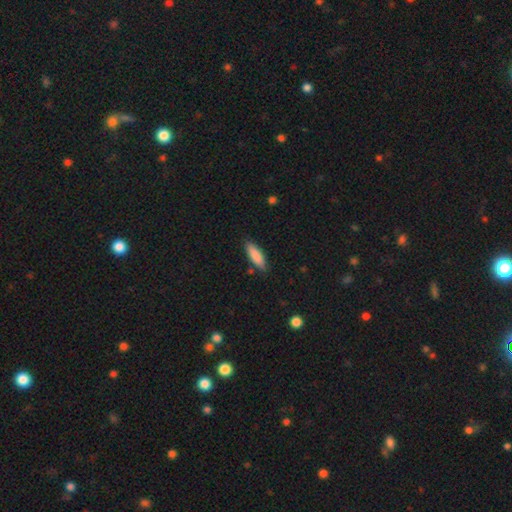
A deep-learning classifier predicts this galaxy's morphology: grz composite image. It shows a smooth galaxy with no disk features (86%) that is cigar-shaped (52%). Merging: none (83%).